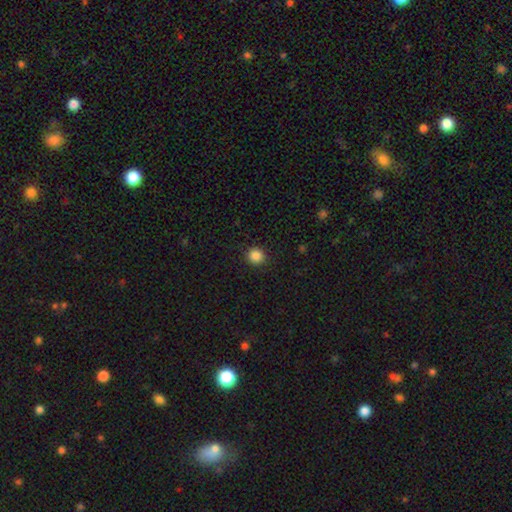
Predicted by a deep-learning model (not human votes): smooth 86%, star or artifact 11%, featured or disk 3%. Down the decision tree: how rounded — round (92%); merging — none (91%).